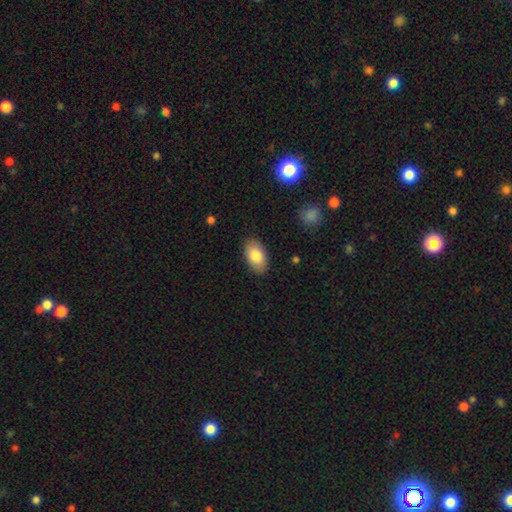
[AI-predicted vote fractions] smooth 83%, featured or disk 11%, star or artifact 6%. Down the decision tree: how rounded — in between (94%); merging — none (87%).